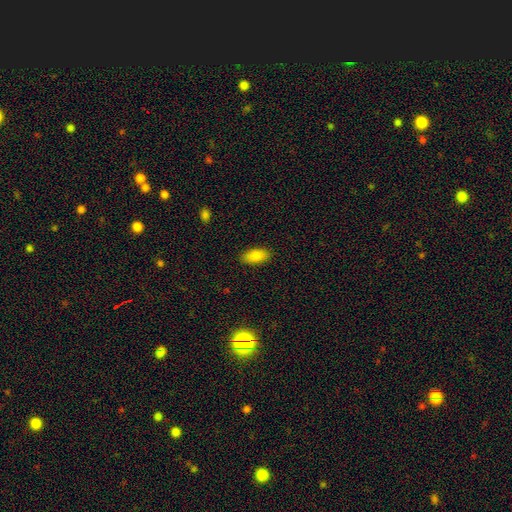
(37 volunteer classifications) Overall: smooth (73%). How rounded: in between (85%). Merging: none (94%).